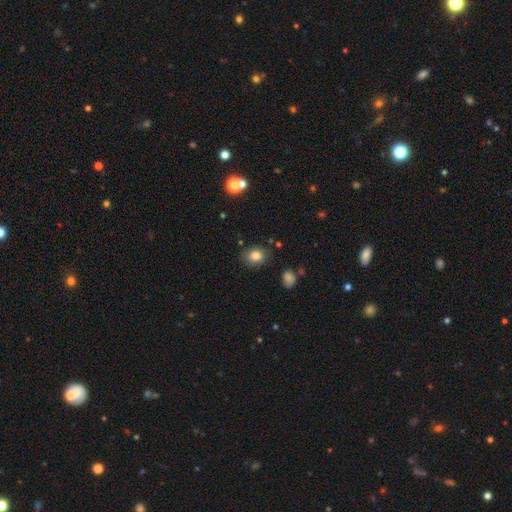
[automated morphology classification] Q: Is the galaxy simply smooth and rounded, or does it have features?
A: smooth — 82%.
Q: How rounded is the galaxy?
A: round — 58%.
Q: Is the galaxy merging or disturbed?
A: none — 81%.